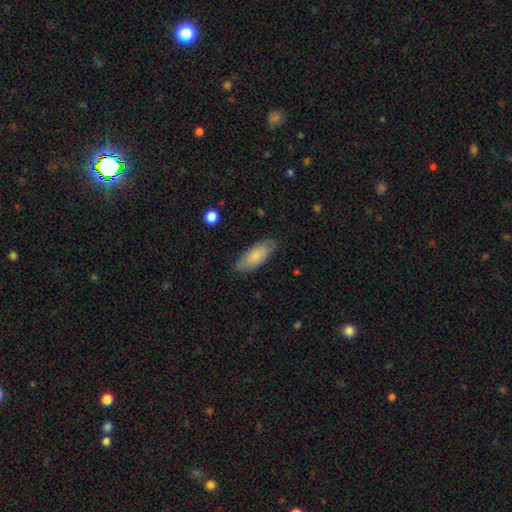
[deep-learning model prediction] This is clearly a smooth galaxy (80%). How rounded: likely in between (80%). Merging: clearly none (82%).